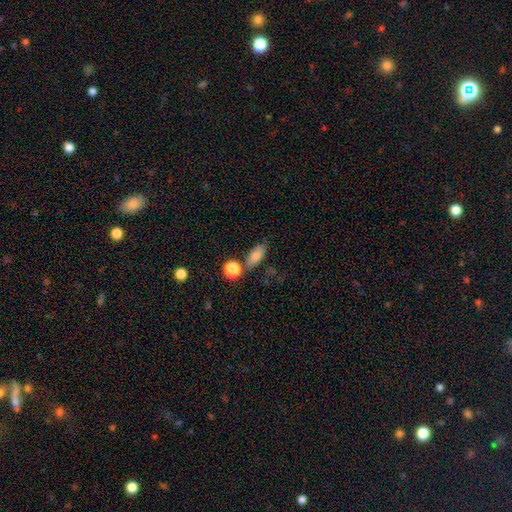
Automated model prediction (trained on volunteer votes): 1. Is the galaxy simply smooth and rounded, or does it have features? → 82% smooth, 10% star or artifact, 8% featured or disk.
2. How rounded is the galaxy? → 78% in between, 12% cigar-shaped, 10% round.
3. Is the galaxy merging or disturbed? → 67% none, 14% merger, 14% minor disturbance, 4% major disturbance.